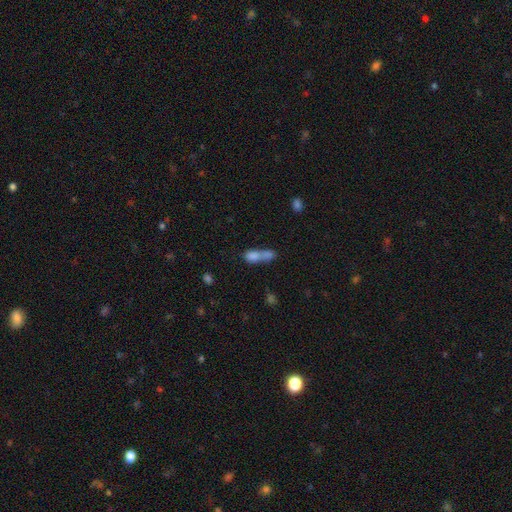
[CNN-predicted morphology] A smooth galaxy with no disk features (74%) that is in between round and cigar-shaped (61%). Merging: merger (69%).